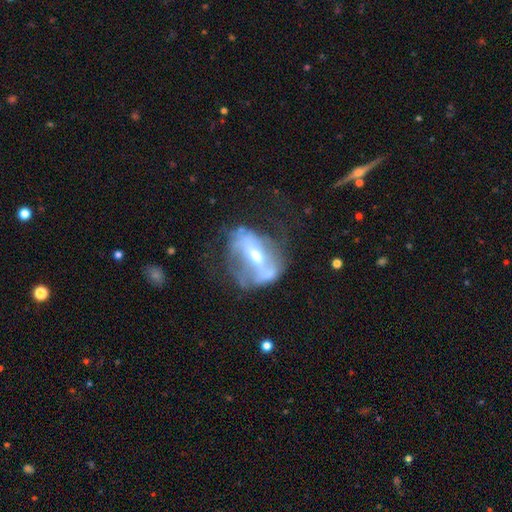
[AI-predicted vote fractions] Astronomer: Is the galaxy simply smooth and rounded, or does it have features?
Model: featured or disk — 71%.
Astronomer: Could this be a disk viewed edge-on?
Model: no — 93%.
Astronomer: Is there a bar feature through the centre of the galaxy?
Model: weak — 36%, tied with strong at 36%.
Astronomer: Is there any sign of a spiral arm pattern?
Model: yes — 50%, tied with no at 50%.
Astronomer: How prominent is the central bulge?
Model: moderate — 58%.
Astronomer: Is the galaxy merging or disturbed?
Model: none — 38% (runner-up: major disturbance, 29%).